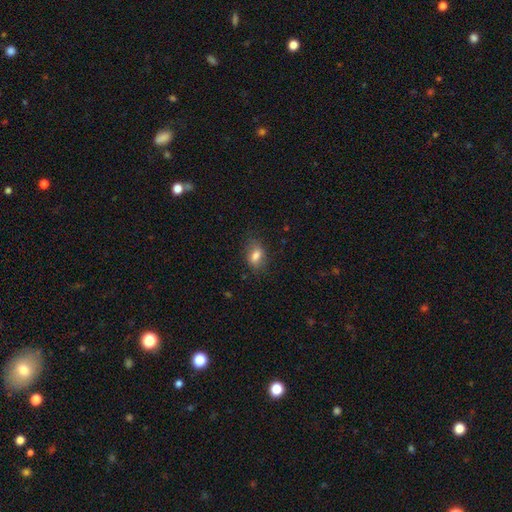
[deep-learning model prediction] Smooth or featured: smooth — 79% (featured or disk — 12%)
How rounded: in between — 81% (round — 16%)
Merging: none — 73% (minor disturbance — 19%)